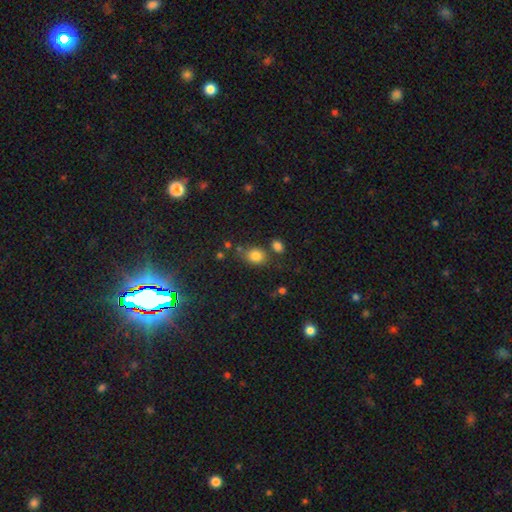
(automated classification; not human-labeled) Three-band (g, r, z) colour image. It shows a smooth galaxy with no disk features (81%) that is in between round and cigar-shaped (54%). Merging: none (66%).